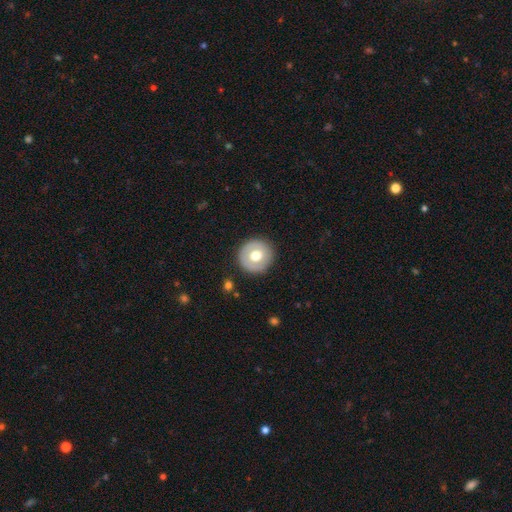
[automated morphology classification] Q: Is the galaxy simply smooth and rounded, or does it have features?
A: smooth — 60%.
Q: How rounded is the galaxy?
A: round — 95%.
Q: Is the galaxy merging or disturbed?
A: none — 89%.